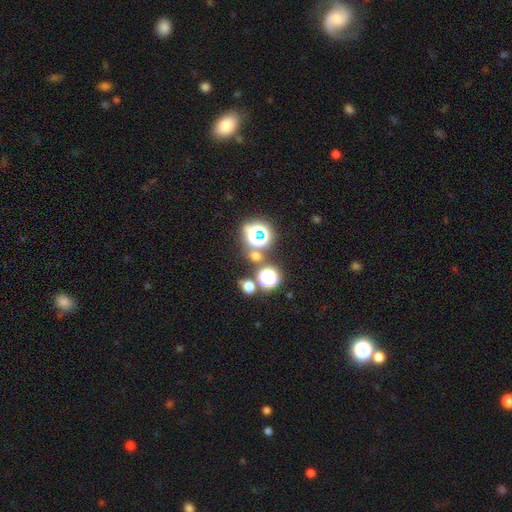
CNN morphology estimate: A star or artifact, not a galaxy (49%).

Vote fractions:
- Smooth or featured? star or artifact: 49% / smooth: 42% / featured or disk: 8%